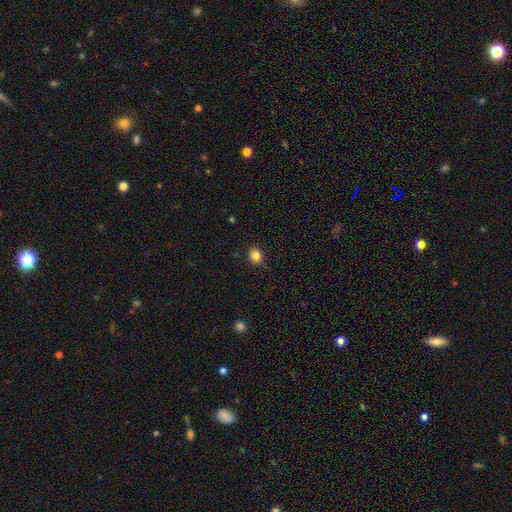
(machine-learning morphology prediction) Smooth or featured? Predicted: smooth (p=0.84). How rounded? Predicted: round (p=0.66). Merging? Predicted: none (p=0.87).